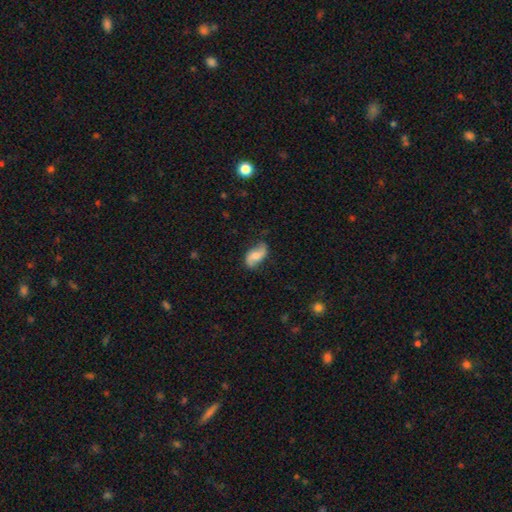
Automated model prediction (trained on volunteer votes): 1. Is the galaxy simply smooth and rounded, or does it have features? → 59% featured or disk, 34% smooth, 7% star or artifact.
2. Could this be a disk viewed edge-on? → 95% no, 5% yes.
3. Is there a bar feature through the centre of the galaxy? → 55% no, 33% weak, 12% strong.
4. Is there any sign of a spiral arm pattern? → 90% yes, 10% no.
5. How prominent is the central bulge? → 56% moderate, 29% small, 7% large, 6% none, 2% dominant.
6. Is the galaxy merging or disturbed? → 73% none, 20% minor disturbance, 6% major disturbance, 2% merger.